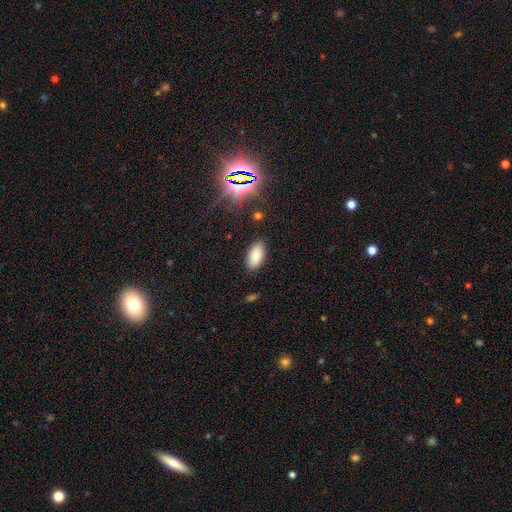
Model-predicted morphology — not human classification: Smooth or featured: smooth — 84% (star or artifact — 11%)
How rounded: in between — 93% (cigar-shaped — 5%)
Merging: none — 87% (minor disturbance — 9%)